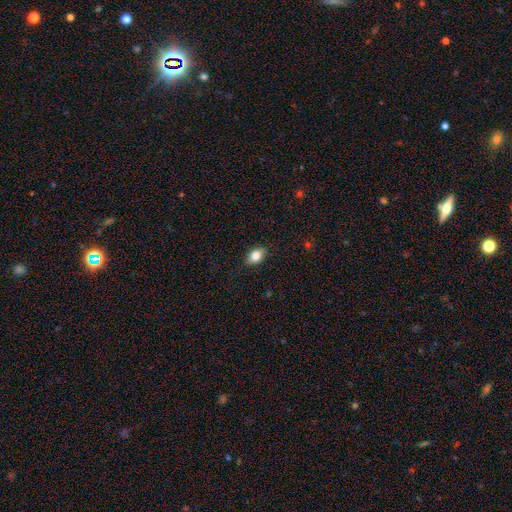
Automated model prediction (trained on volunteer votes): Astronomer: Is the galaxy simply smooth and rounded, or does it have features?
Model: smooth — 76%.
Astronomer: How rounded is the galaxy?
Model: in between — 82%.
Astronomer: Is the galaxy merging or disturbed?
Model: none — 85%.